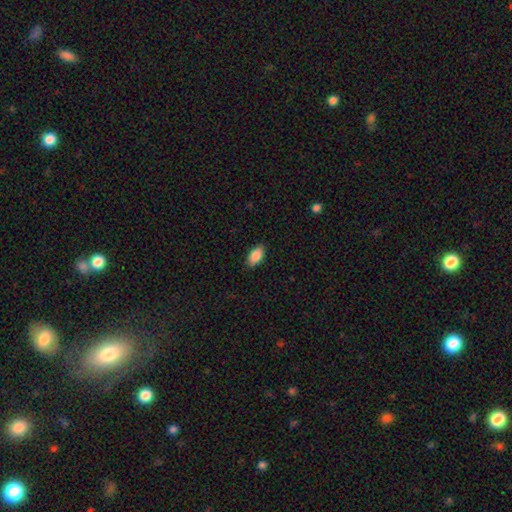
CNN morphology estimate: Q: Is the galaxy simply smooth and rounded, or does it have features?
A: smooth — 89%.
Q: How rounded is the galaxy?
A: in between — 93%.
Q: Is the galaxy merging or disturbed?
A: none — 88%.